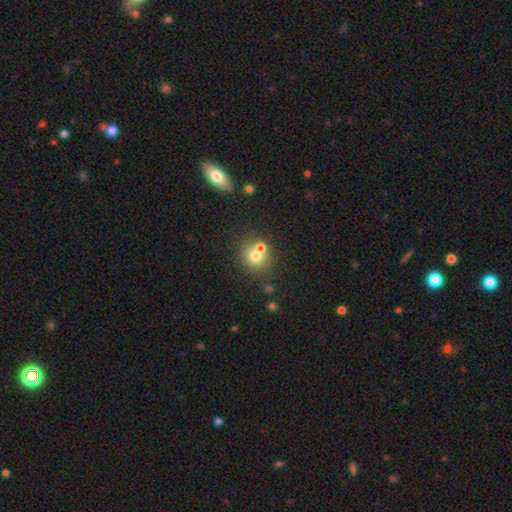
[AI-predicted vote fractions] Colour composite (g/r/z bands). It shows a smooth galaxy with no disk features (70%) that is round (83%). Merging: none (53%).